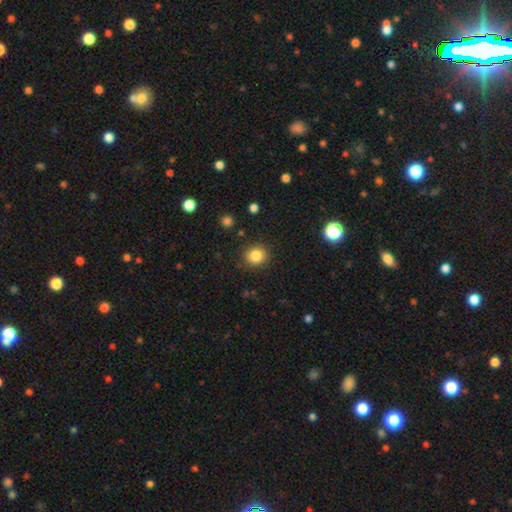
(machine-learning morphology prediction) smooth-or-featured: smooth: 84% | star or artifact: 11% | featured or disk: 5%
  how-rounded: round: 82% | in between: 17% | cigar-shaped: 1%
  merging: none: 89% | minor disturbance: 7% | major disturbance: 3% | merger: 1%